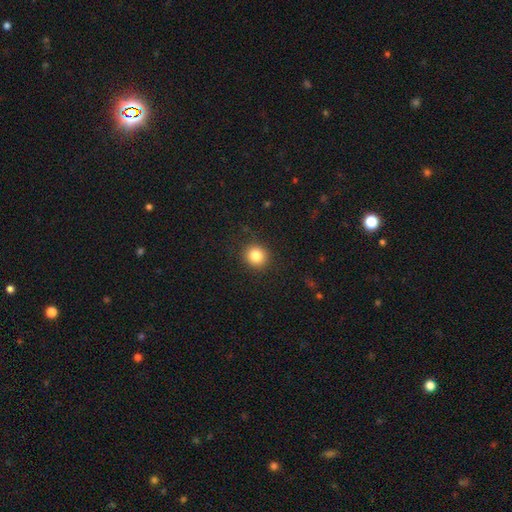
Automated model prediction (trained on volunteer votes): Overall: smooth (83%). How rounded: round (89%). Merging: none (90%).